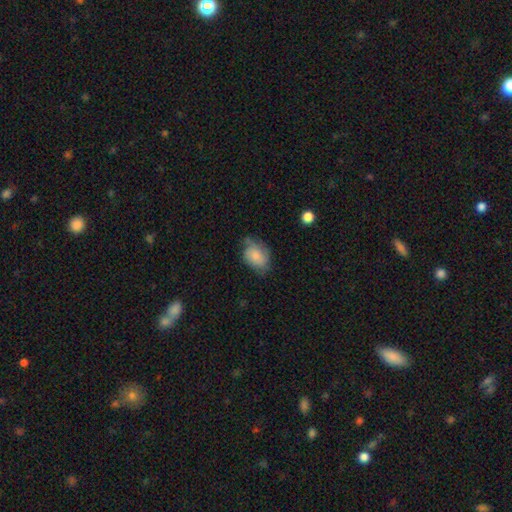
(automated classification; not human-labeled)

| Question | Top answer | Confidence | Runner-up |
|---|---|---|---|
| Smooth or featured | smooth | 68% | featured or disk (25%) |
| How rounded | in between | 74% | round (25%) |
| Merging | none | 51% | minor disturbance (34%) |